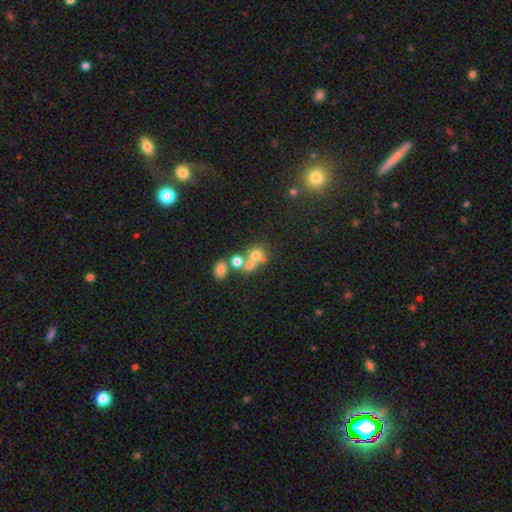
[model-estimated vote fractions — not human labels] smooth 63%, featured or disk 21%, star or artifact 16%. Down the decision tree: how rounded — round (77%); merging — merger (49%).